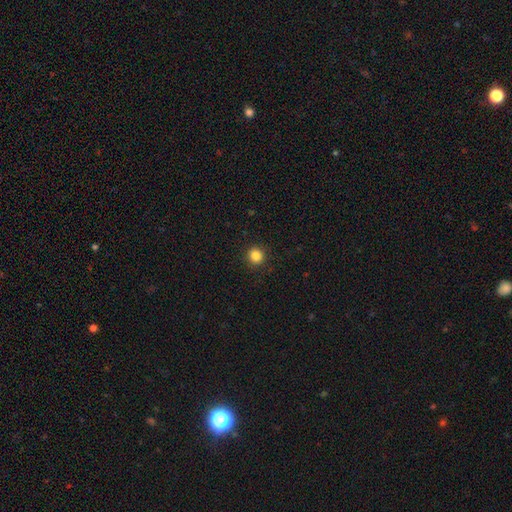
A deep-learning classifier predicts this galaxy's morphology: type=smooth (85%); roundness=round (93%); merging=none (92%).